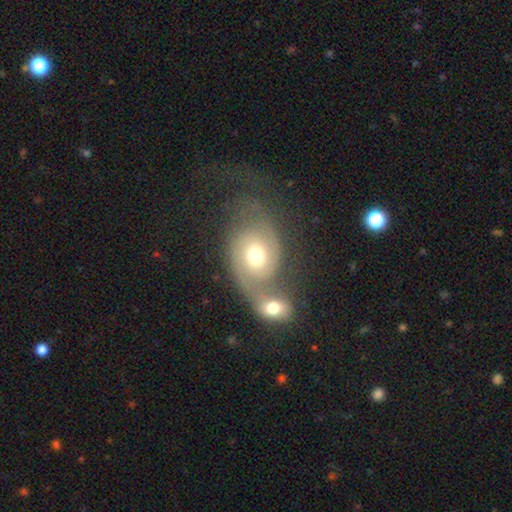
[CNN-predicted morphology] featured or disk 67%, smooth 26%, star or artifact 7%. Down the decision tree: edge-on disk — no (96%); bar — no (72%); spiral arms — yes (88%); spiral arm count — 2 (75%); spiral winding — medium (41%); bulge size — moderate (70%); merging — merger (68%).